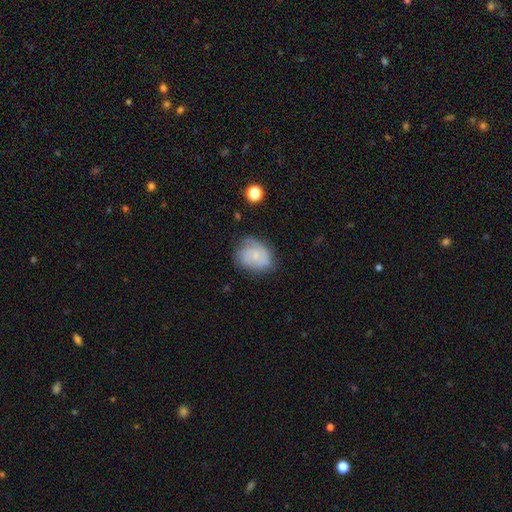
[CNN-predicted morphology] A smooth galaxy with no disk features (49%).

Vote fractions:
- Smooth or featured? smooth: 49% / featured or disk: 43% / star or artifact: 9%
- Merging? none: 58% / minor disturbance: 29% / major disturbance: 11% / merger: 2%